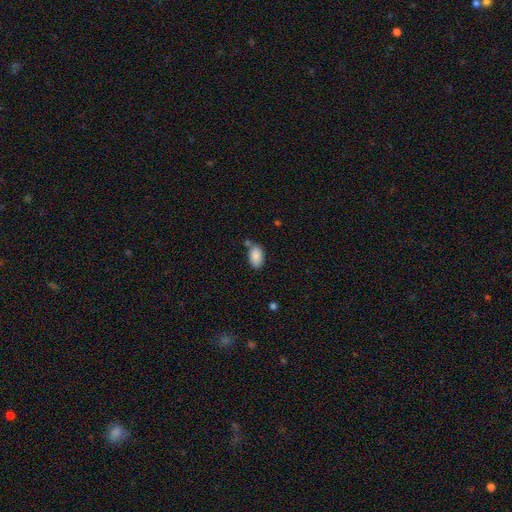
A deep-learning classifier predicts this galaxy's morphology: smooth-or-featured: smooth: 88% | star or artifact: 7% | featured or disk: 5%
  how-rounded: in between: 93% | round: 5% | cigar-shaped: 2%
  merging: none: 65% | minor disturbance: 18% | merger: 13% | major disturbance: 4%